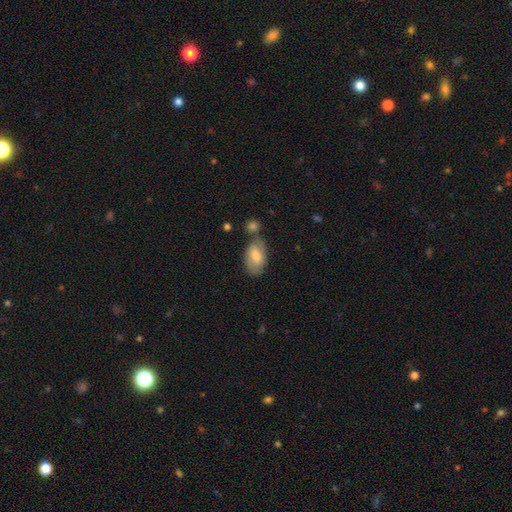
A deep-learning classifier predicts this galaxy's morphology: smooth_or_featured: smooth (p=0.70) [alt: featured or disk p=0.24]
how_rounded: in between (p=0.92) [alt: round p=0.05]
merging: none (p=0.55) [alt: minor disturbance p=0.21]